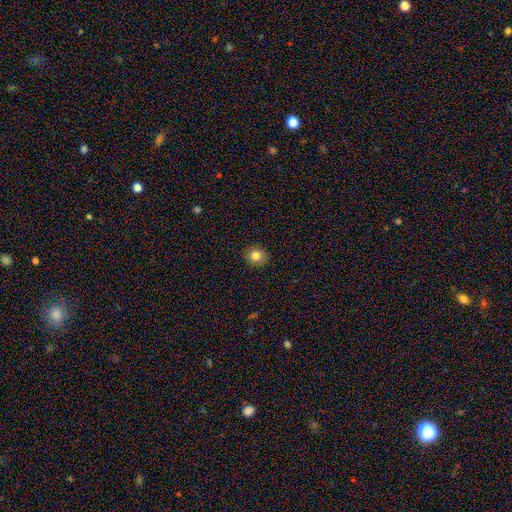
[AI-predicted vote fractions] A smooth galaxy with no disk features (82%) that is round (82%). Merging: none (91%).